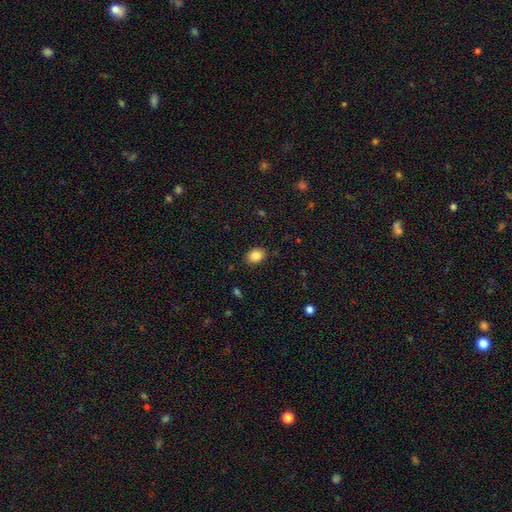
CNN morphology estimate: smooth_or_featured: smooth (p=0.86) [alt: star or artifact p=0.09]
how_rounded: in between (p=0.69) [alt: round p=0.30]
merging: none (p=0.88) [alt: minor disturbance p=0.09]